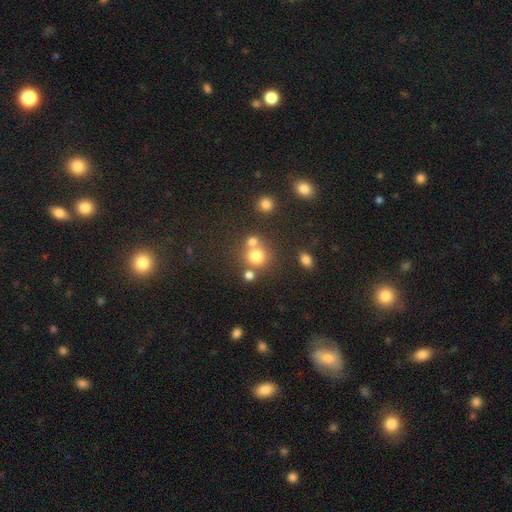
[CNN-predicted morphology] Smooth or featured: smooth — 74% (star or artifact — 16%)
How rounded: round — 86% (in between — 13%)
Merging: none — 57% (merger — 30%)